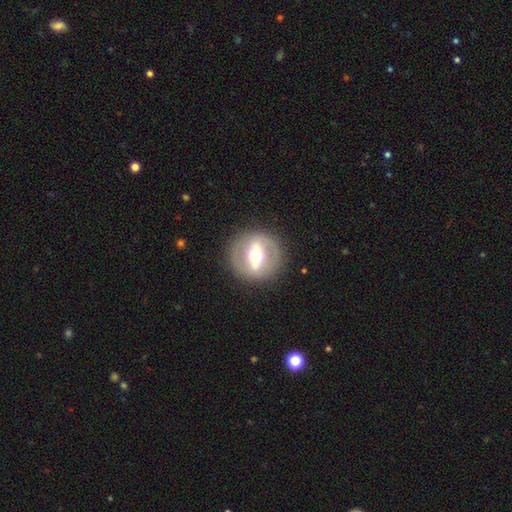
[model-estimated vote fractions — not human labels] smooth_or_featured: featured or disk (p=0.67) [alt: smooth p=0.27]
disk_edge_on: no (p=0.83) [alt: yes p=0.17]
bar: strong (p=0.68) [alt: weak p=0.21]
has_spiral_arms: no (p=0.76) [alt: yes p=0.24]
bulge_size: moderate (p=0.67) [alt: large p=0.22]
merging: none (p=0.87) [alt: minor disturbance p=0.08]